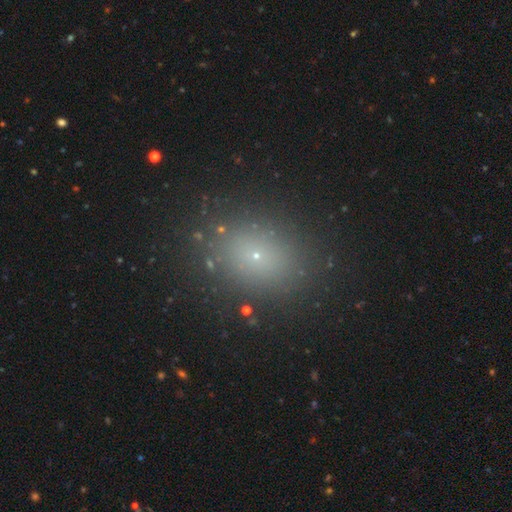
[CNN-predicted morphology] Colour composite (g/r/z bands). It shows a smooth galaxy with no disk features (65%) that is in between round and cigar-shaped (53%). Merging: none (86%).